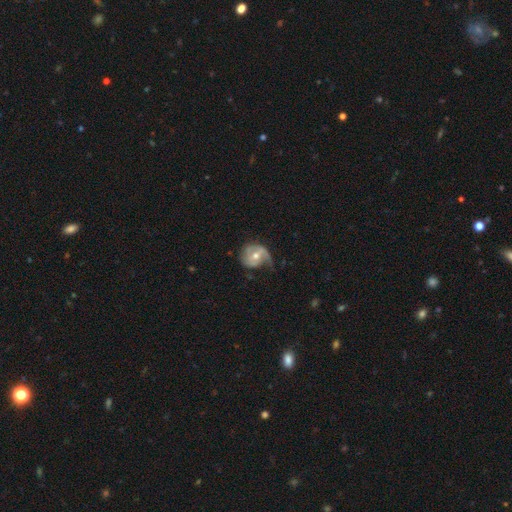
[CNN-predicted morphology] type=featured or disk (70%); edge-on=no (97%); bar=no (47%); spiral arms=yes (81%); winding=medium (38%); arm count=2 (42%); bulge=moderate (68%); merging=none (40%).